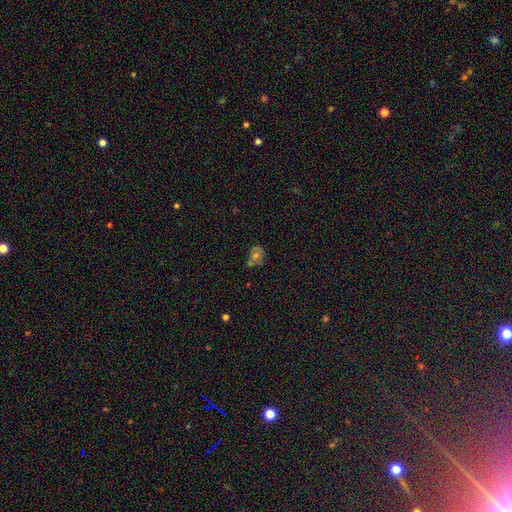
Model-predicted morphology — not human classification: smooth_or_featured: smooth (p=0.50) [alt: featured or disk p=0.28]
how_rounded: in between (p=0.50) [alt: round p=0.48]
merging: none (p=0.55) [alt: minor disturbance p=0.25]